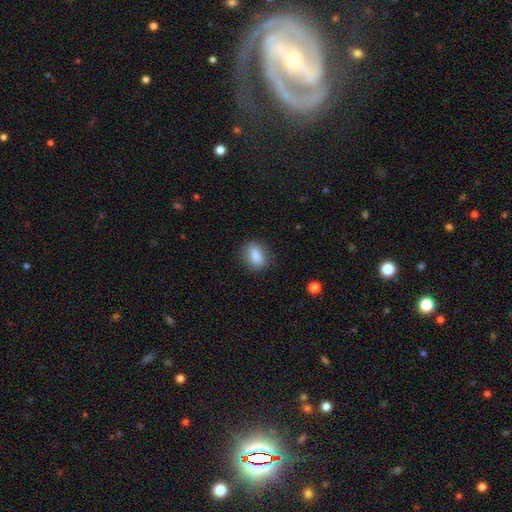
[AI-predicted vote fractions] The model was most divided on "how rounded": in between: 72%, round: 26%, cigar-shaped: 2%. More confident: smooth or featured — smooth (86%); merging — none (83%).